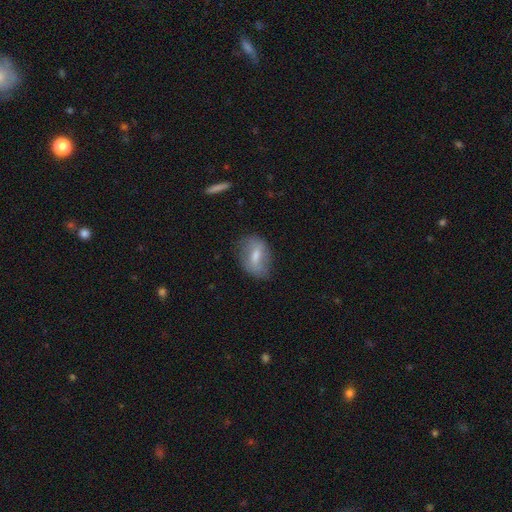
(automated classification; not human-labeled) smooth-or-featured: smooth: 55% | featured or disk: 38% | star or artifact: 8%
  how-rounded: in between: 81% | round: 16% | cigar-shaped: 4%
  merging: none: 67% | minor disturbance: 24% | major disturbance: 8% | merger: 2%